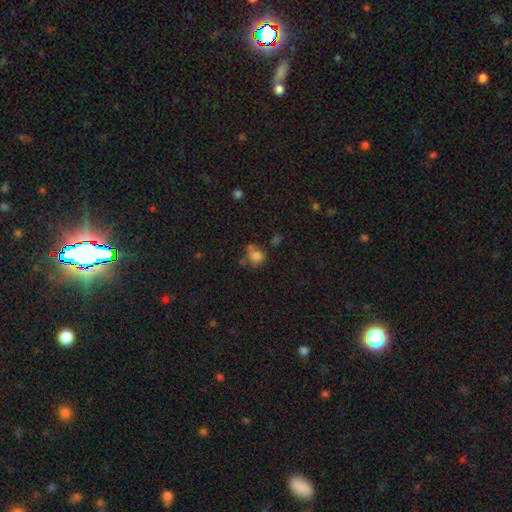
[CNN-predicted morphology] This appears to be a smooth galaxy with no disk features (78%) that is round (73%). Merging: none (48%).